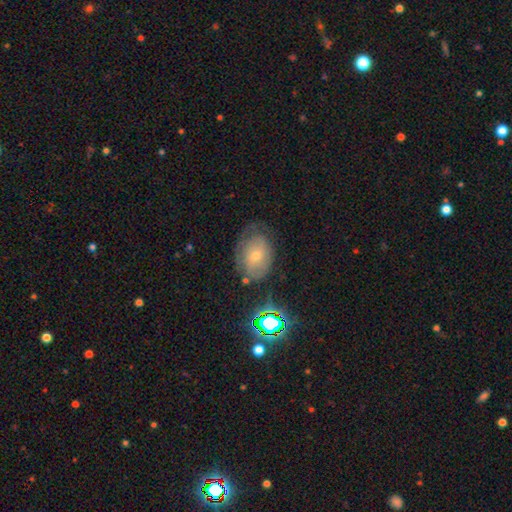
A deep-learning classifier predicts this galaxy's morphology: This is marginally a featured or disk galaxy (44%). Merging: likely none (61%).